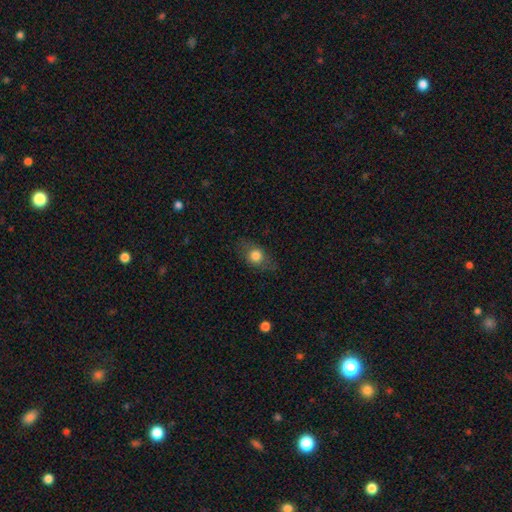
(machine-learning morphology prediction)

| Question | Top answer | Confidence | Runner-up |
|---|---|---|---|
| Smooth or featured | smooth | 70% | featured or disk (21%) |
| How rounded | in between | 59% | round (35%) |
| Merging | none | 79% | minor disturbance (15%) |